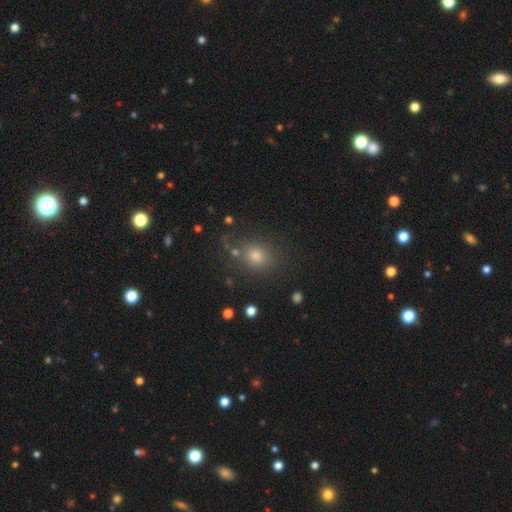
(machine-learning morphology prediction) This is likely a smooth galaxy (72%). How rounded: likely round (71%). Merging: likely none (78%).